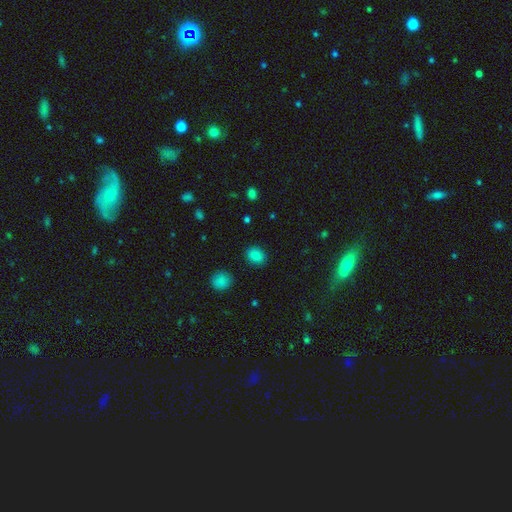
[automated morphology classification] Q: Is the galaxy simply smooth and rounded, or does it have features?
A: smooth — 84%.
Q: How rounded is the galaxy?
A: round — 62%.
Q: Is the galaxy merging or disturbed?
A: none — 89%.